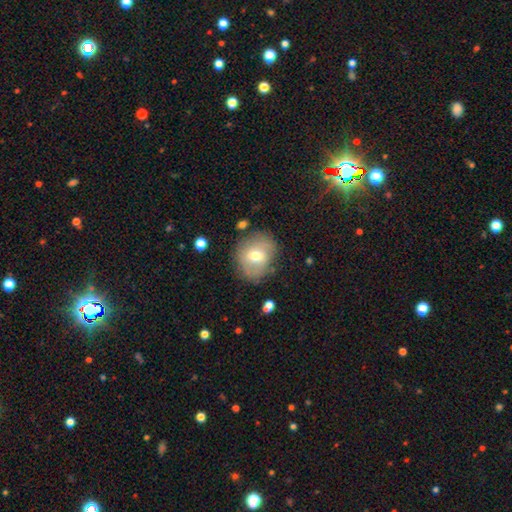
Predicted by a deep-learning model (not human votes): This is possibly a smooth galaxy (56%). How rounded: likely round (63%). Merging: likely none (72%).